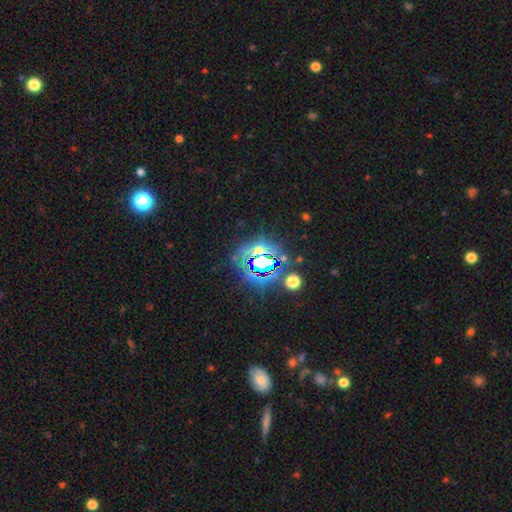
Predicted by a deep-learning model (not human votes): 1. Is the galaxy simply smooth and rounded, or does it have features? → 79% star or artifact, 13% smooth, 9% featured or disk.